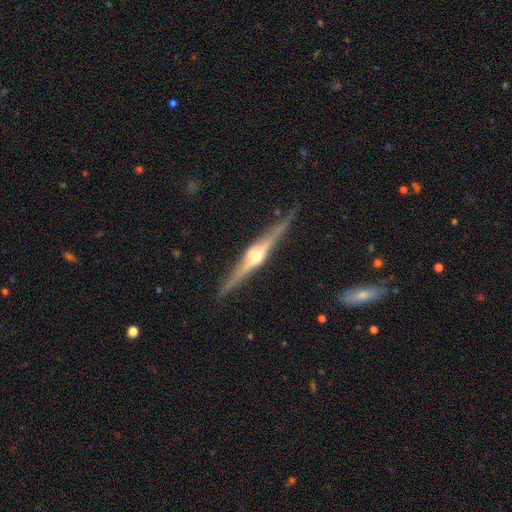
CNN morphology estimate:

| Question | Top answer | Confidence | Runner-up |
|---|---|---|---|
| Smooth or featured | featured or disk | 87% | smooth (8%) |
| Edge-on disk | yes | 98% | no (2%) |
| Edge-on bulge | rounded | 90% | boxy (7%) |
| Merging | none | 89% | minor disturbance (8%) |